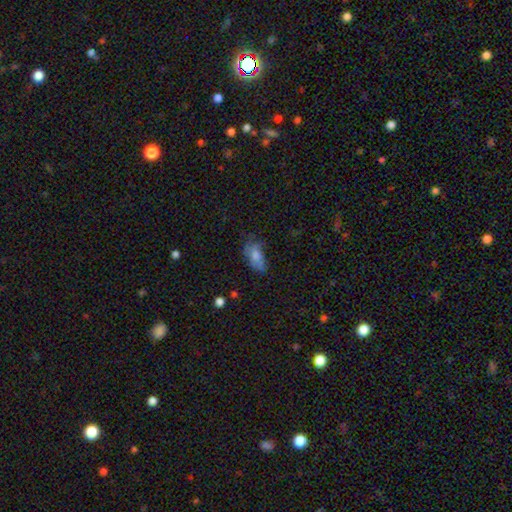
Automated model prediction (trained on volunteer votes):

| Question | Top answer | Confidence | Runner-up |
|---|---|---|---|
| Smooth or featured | smooth | 68% | featured or disk (22%) |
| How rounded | in between | 89% | round (6%) |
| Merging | none | 42% | minor disturbance (31%) |